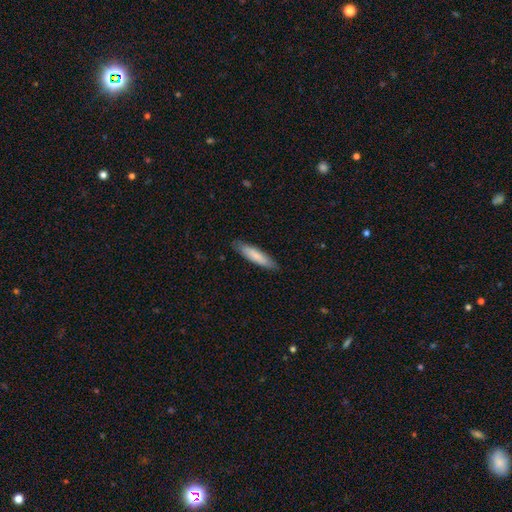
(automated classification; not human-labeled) Smooth or featured: smooth — 80% (featured or disk — 15%)
How rounded: cigar-shaped — 77% (in between — 21%)
Merging: none — 87% (minor disturbance — 11%)